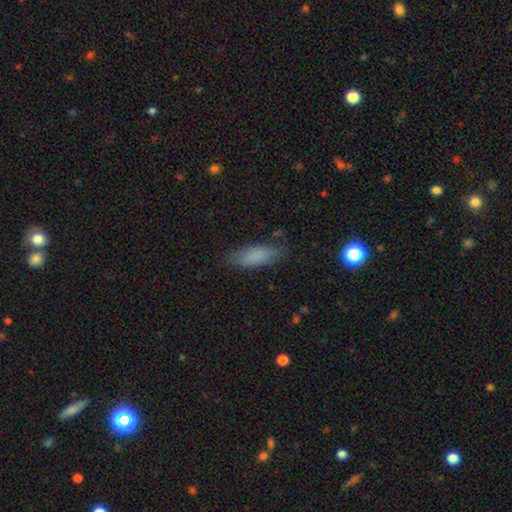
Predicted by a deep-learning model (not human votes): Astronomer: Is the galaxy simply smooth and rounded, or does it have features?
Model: smooth — 83%.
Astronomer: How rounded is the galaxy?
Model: in between — 63%.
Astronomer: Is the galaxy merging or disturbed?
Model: none — 79%.